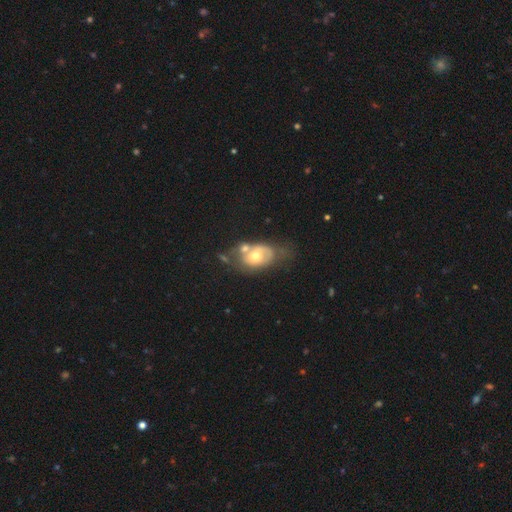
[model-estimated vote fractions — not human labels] featured or disk 53%, smooth 40%, star or artifact 7%. Down the decision tree: edge-on disk — no (94%); merging — merger (34%).